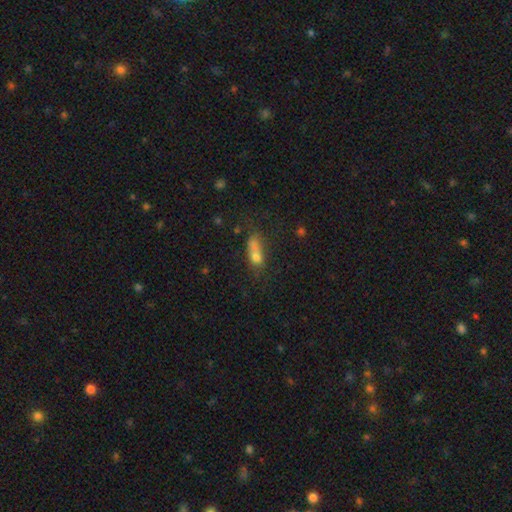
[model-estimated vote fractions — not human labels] This is possibly a smooth galaxy (59%). How rounded: possibly in between (50%). Merging: marginally none (42%).